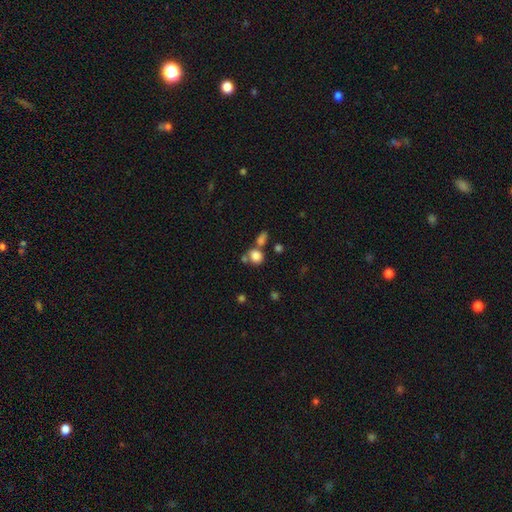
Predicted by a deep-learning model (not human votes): Overall: smooth (81%). How rounded: round (66%; in between 33%). Merging: none (49%; merger 33%).